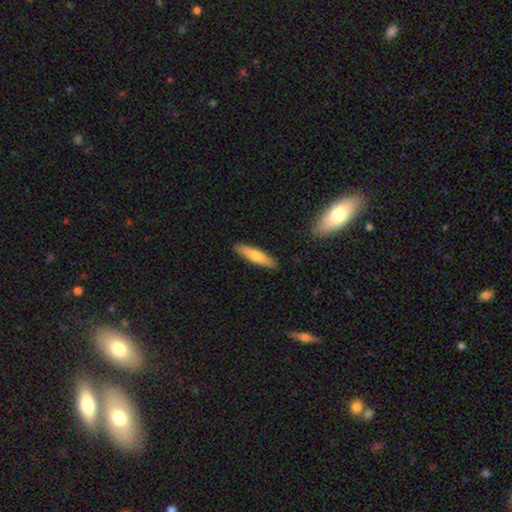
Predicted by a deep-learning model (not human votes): A smooth galaxy with no disk features (70%) that is cigar-shaped (77%).

Vote fractions:
- Smooth or featured? smooth: 70% / featured or disk: 25% / star or artifact: 5%
- How rounded? cigar-shaped: 77% / in between: 21% / round: 2%
- Merging? none: 89% / minor disturbance: 8% / major disturbance: 2% / merger: 1%